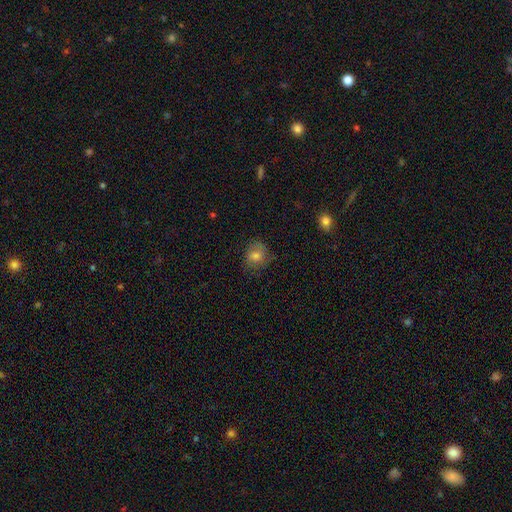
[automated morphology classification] This appears to be a smooth galaxy with no disk features (67%) that is round (70%). Merging: none (70%).